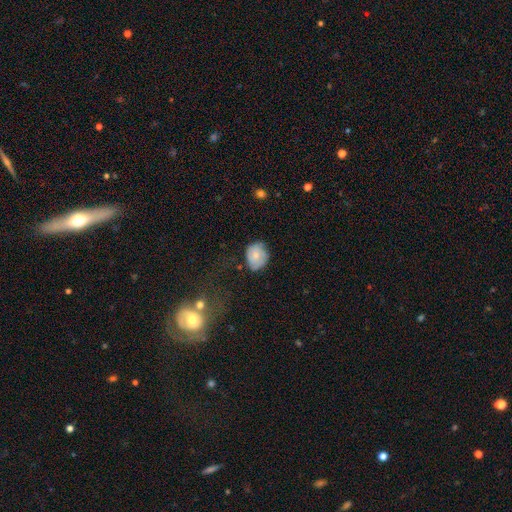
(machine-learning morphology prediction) smooth 71%, featured or disk 21%, star or artifact 8%. Down the decision tree: how rounded — in between (50%); merging — none (63%).